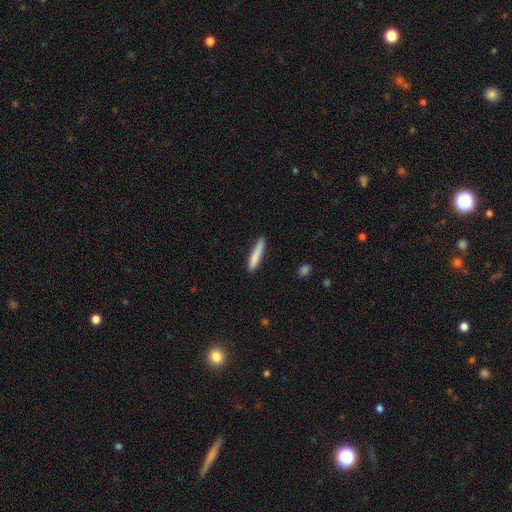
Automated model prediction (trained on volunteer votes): smooth 82%, featured or disk 12%, star or artifact 6%. Down the decision tree: how rounded — cigar-shaped (92%); merging — none (85%).